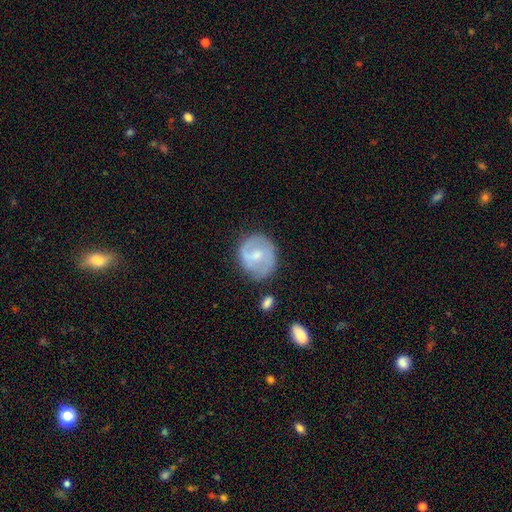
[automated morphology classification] Smooth or featured: featured or disk — 58% (smooth — 36%)
Edge-on disk: no — 97% (yes — 3%)
Bar: weak — 54% (no — 32%)
Spiral arms: yes — 76% (no — 24%)
Bulge size: moderate — 47% (small — 40%)
Merging: none — 67% (minor disturbance — 21%)